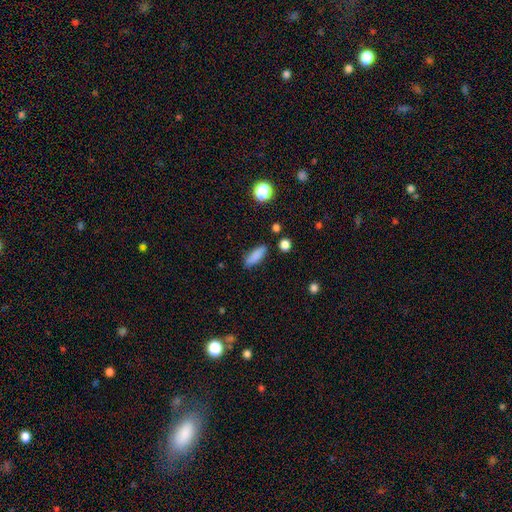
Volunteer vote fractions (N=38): Smooth or featured? 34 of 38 (89%) said smooth. How rounded? 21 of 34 (62%) said in between. Merging? 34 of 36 (94%) said none.